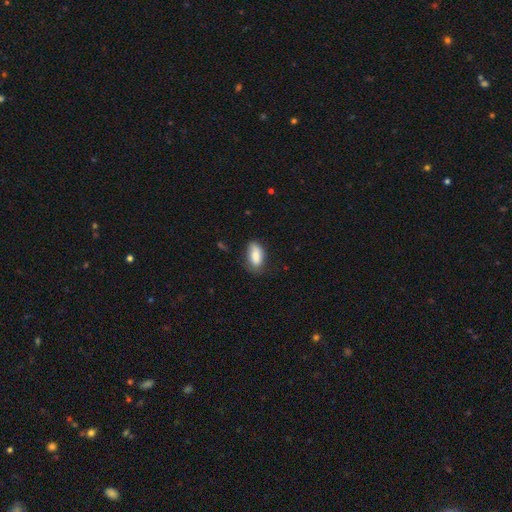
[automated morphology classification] Smooth or featured?
  - smooth: 86% *
  - featured or disk: 8%
  - star or artifact: 7%
How rounded?
  - in between: 91% *
  - cigar-shaped: 5%
  - round: 4%
Merging?
  - none: 63% *
  - minor disturbance: 28%
  - major disturbance: 7%
  - merger: 2%